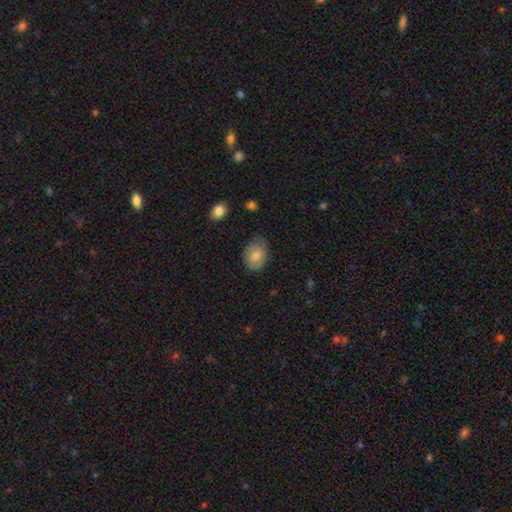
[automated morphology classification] This appears to be a smooth galaxy with no disk features (77%) that is in between round and cigar-shaped (73%). Merging: none (69%).